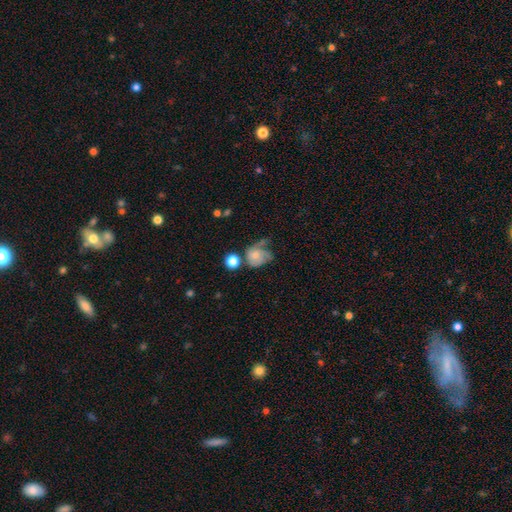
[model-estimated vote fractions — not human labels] Overall: smooth (49%; featured or disk 42%). Merging: major disturbance (30%; none 29%).